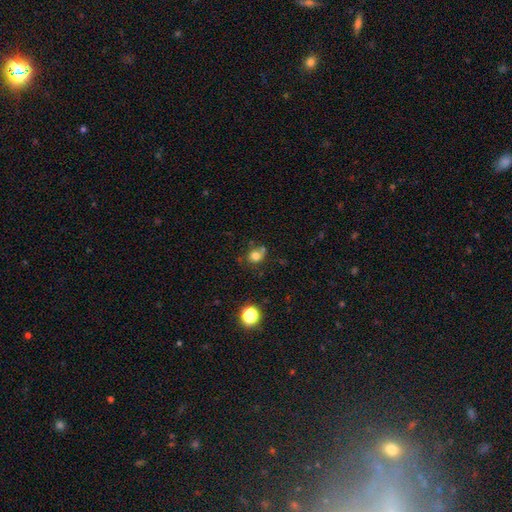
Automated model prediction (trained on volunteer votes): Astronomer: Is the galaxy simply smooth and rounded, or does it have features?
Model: smooth — 76%.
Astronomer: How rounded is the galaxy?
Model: round — 72%.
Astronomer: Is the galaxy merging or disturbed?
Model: none — 58%.